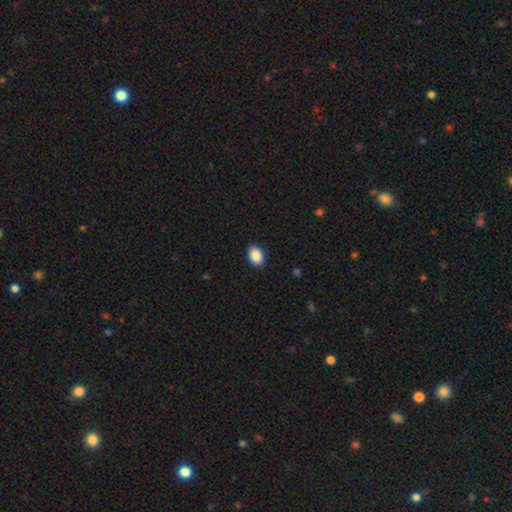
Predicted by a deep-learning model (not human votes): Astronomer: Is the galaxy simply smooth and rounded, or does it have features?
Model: smooth — 89%.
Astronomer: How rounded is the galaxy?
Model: in between — 81%.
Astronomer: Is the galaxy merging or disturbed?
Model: none — 90%.